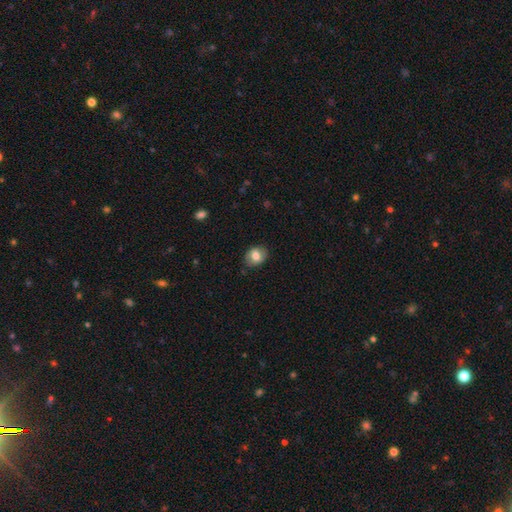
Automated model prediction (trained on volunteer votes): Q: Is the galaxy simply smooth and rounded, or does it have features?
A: smooth — 76%.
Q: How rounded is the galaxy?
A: in between — 56%.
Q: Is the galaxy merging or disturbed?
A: none — 81%.